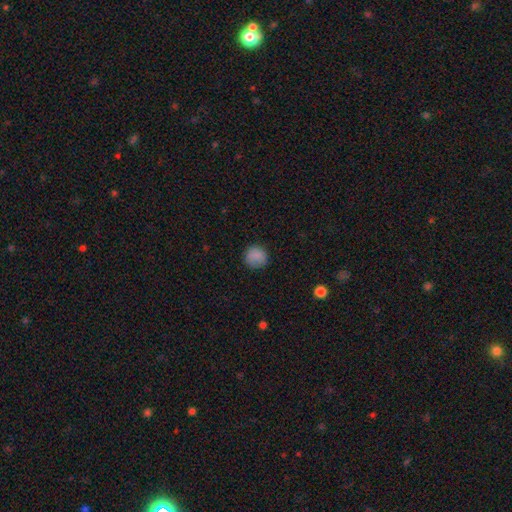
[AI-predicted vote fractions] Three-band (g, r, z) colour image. It shows a smooth galaxy with no disk features (85%) that is round (90%). Merging: none (84%).